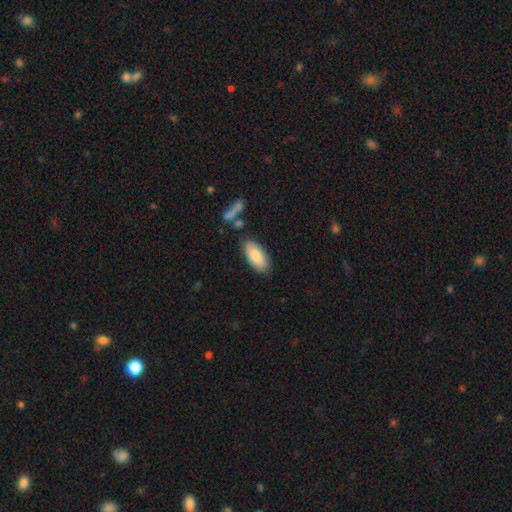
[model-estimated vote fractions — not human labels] Q: Smooth or featured?
A: smooth (84%); runner-up: featured or disk (10%)
Q: How rounded?
A: in between (89%); runner-up: cigar-shaped (9%)
Q: Merging?
A: none (81%); runner-up: minor disturbance (12%)